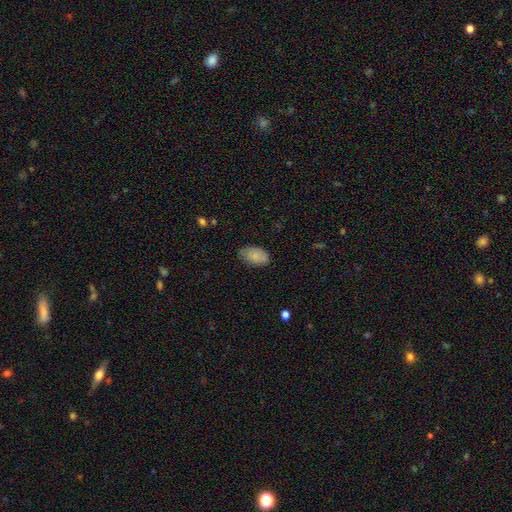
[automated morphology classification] Smooth or featured: smooth — 84% (featured or disk — 9%)
How rounded: in between — 92% (round — 6%)
Merging: none — 73% (minor disturbance — 22%)